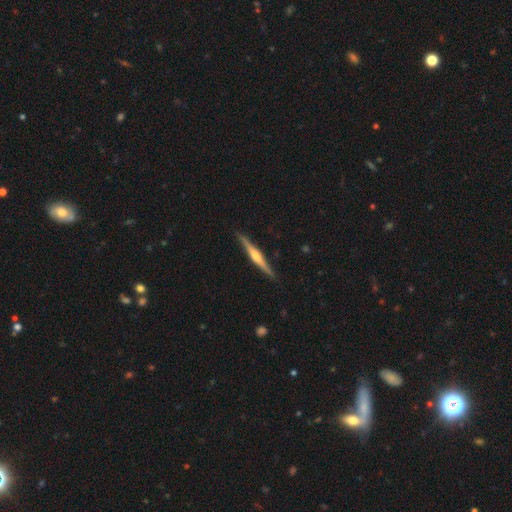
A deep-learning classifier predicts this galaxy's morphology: Smooth or featured? featured or disk (72%)
Edge-on disk? yes (98%)
Edge-on bulge? rounded (75%)
Merging? none (90%)